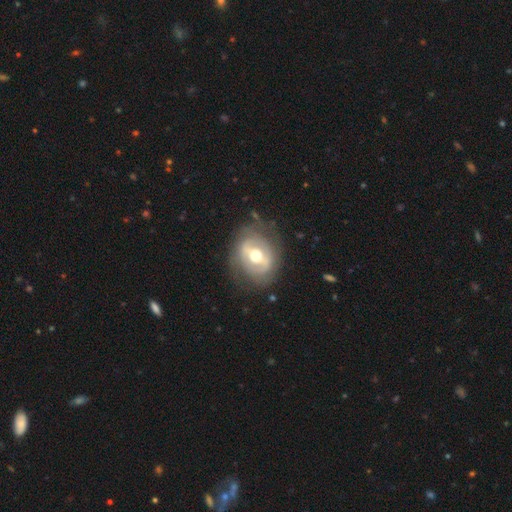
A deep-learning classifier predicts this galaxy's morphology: A featured or disk galaxy (68%) with a strong bar (43%), no spiral arms (62%) and a moderate central bulge (74%).

Vote fractions:
- Smooth or featured? featured or disk: 68% / smooth: 26% / star or artifact: 6%
- Edge-on disk? no: 94% / yes: 6%
- Bar? strong: 43% / weak: 34% / no: 23%
- Spiral arms? no: 62% / yes: 38%
- Bulge size? moderate: 74% / large: 12% / small: 12% / dominant: 1% / none: 1%
- Merging? none: 73% / minor disturbance: 17% / major disturbance: 9% / merger: 2%